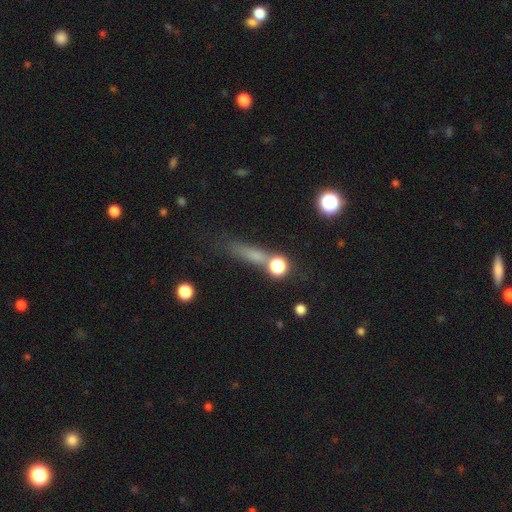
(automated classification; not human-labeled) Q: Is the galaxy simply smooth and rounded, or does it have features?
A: smooth — 61%.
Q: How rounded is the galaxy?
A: cigar-shaped — 63%.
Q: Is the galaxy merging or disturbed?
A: none — 58%.